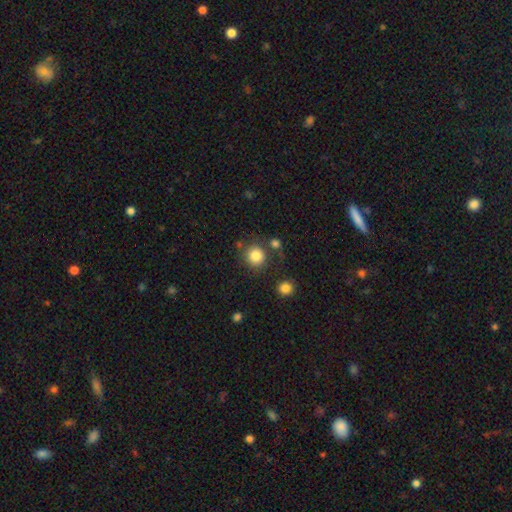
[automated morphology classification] Smooth or featured? smooth (84%)
How rounded? round (91%)
Merging? none (78%)